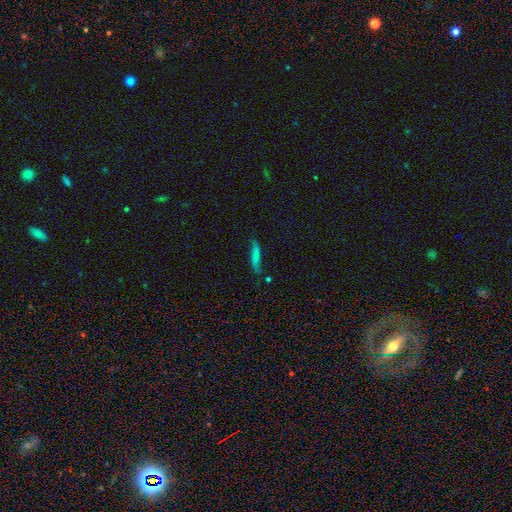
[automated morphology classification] smooth 67%, featured or disk 25%, star or artifact 8%. Down the decision tree: how rounded — cigar-shaped (85%); merging — none (65%).